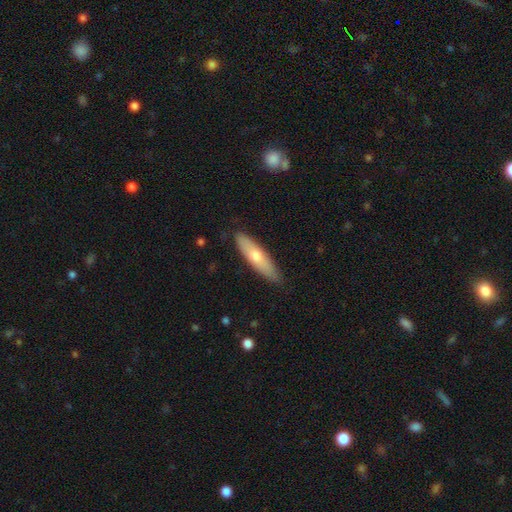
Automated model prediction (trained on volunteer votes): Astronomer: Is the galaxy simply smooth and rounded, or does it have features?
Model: smooth — 62%.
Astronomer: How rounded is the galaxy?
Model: cigar-shaped — 73%.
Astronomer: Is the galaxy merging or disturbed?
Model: none — 84%.